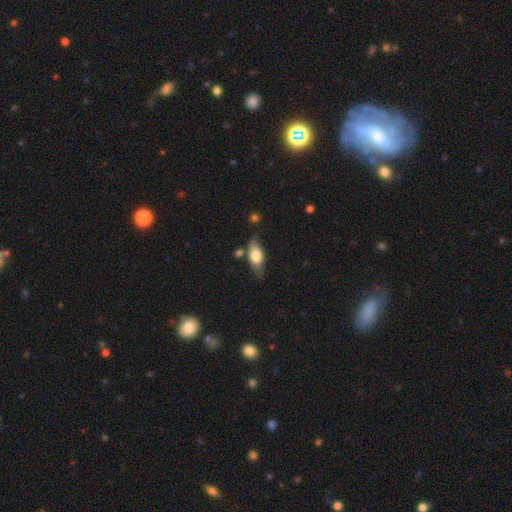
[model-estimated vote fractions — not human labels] The model was most divided on "merging": none: 60%, minor disturbance: 25%, merger: 8%, major disturbance: 7%. More confident: how rounded — in between (81%); smooth or featured — smooth (67%).